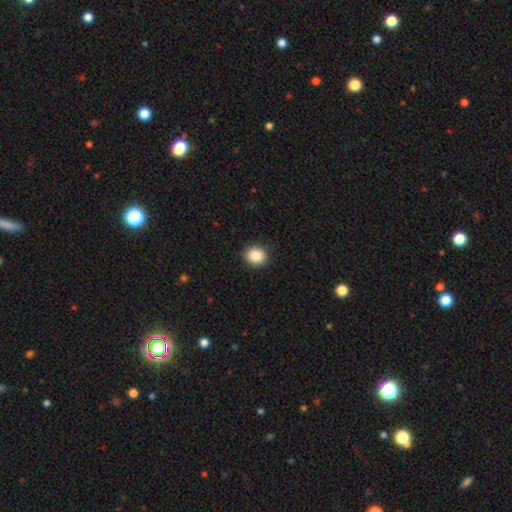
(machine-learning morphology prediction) The model was most divided on "how rounded": round: 84%, in between: 15%, cigar-shaped: 1%. More confident: merging — none (91%); smooth or featured — smooth (88%).